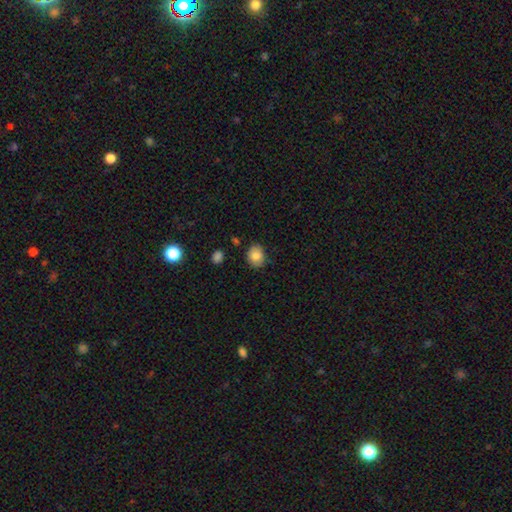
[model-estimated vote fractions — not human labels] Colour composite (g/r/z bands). It shows a smooth galaxy with no disk features (85%) that is round (53%). Merging: none (84%).